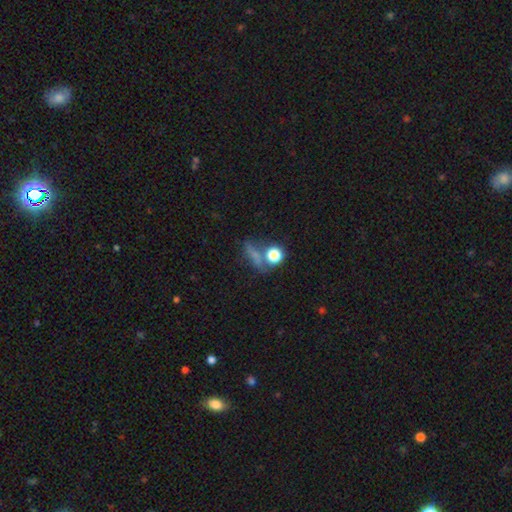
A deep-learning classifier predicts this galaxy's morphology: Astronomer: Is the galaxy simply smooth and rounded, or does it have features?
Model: smooth — 58%.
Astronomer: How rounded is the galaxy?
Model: round — 47% (runner-up: in between, 29%).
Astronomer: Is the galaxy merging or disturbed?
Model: none — 53%.